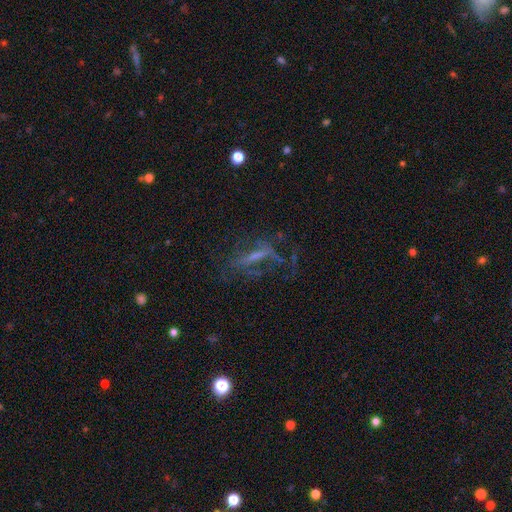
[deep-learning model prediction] A featured or disk galaxy (60%). Merging: none (46%).